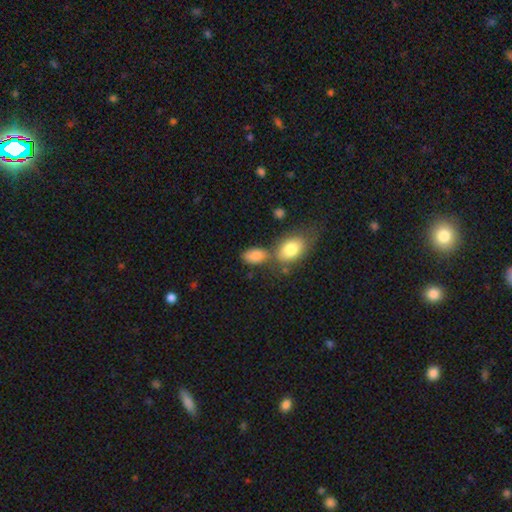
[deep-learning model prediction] This appears to be a smooth galaxy with no disk features (84%) that is in between round and cigar-shaped (89%). Merging: none (49%).